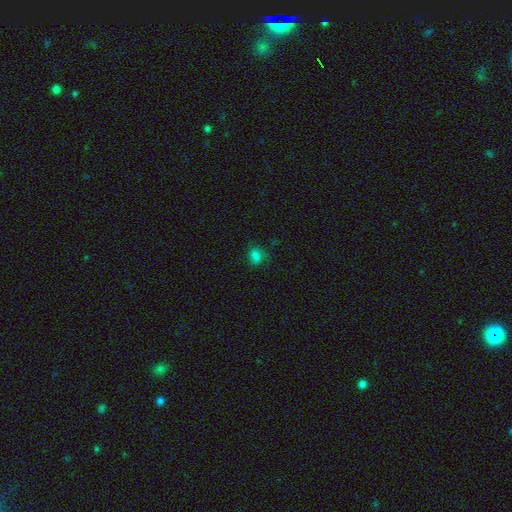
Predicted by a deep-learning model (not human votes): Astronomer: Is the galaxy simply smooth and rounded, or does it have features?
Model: smooth — 71%.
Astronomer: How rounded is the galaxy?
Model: in between — 64%.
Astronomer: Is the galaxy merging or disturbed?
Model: none — 58%.